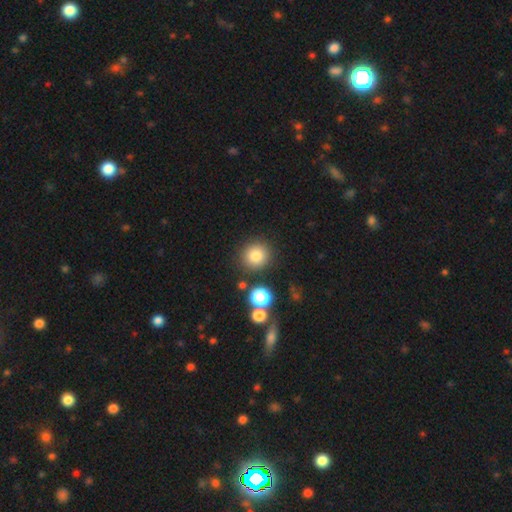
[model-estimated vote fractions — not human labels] Smooth or featured? smooth (81%)
How rounded? round (91%)
Merging? none (84%)